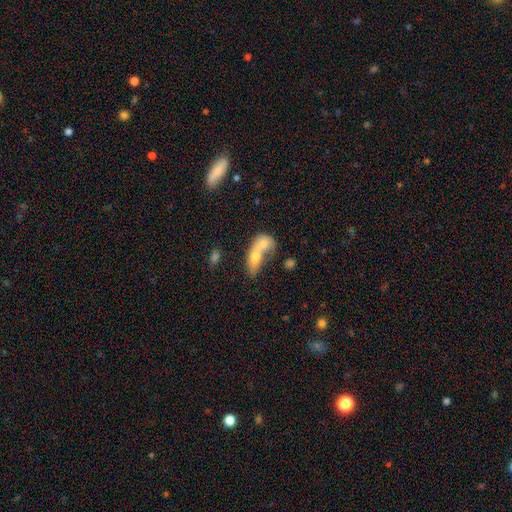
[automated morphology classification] Q: Smooth or featured?
A: smooth (66%); runner-up: featured or disk (25%)
Q: How rounded?
A: in between (70%); runner-up: cigar-shaped (15%)
Q: Merging?
A: merger (72%); runner-up: none (17%)